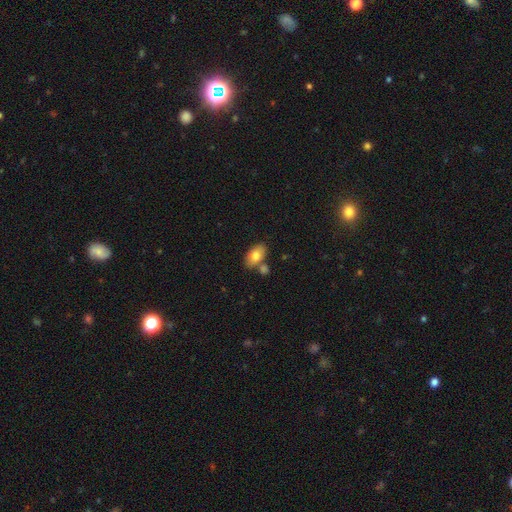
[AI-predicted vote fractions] smooth-or-featured: smooth: 79% | featured or disk: 14% | star or artifact: 7%
  how-rounded: in between: 92% | round: 6% | cigar-shaped: 2%
  merging: none: 64% | merger: 21% | minor disturbance: 12% | major disturbance: 3%